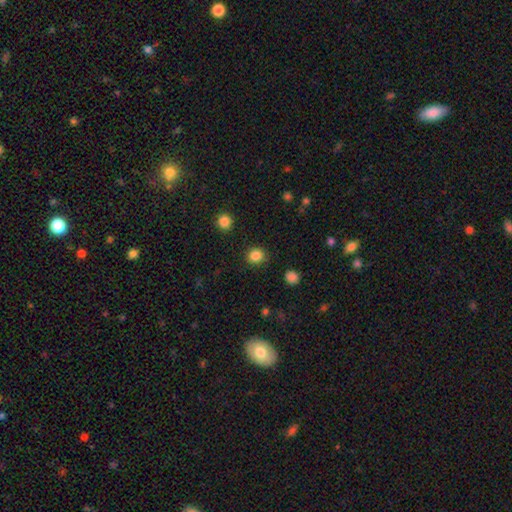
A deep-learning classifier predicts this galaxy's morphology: Smooth or featured? Predicted: smooth (p=0.85). How rounded? Predicted: round (p=0.86). Merging? Predicted: none (p=0.90).